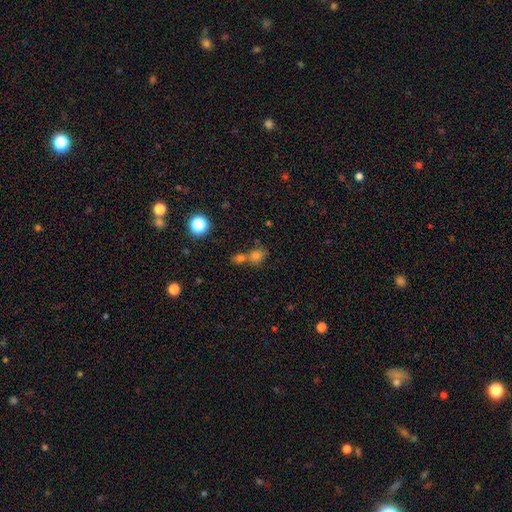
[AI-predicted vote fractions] This appears to be a smooth galaxy with no disk features (72%) that is round (69%). Merging: none (50%).